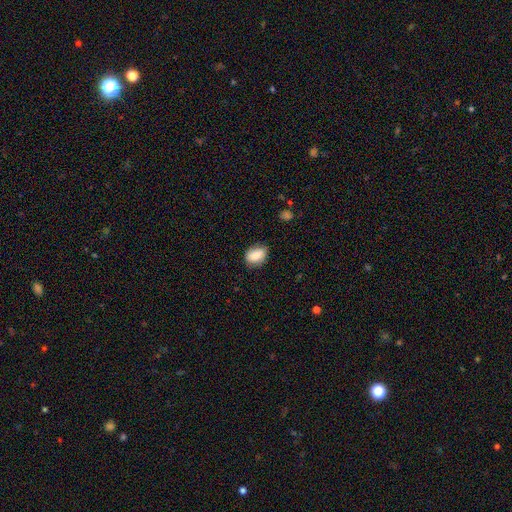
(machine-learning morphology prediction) Overall: smooth (82%). How rounded: in between (78%). Merging: none (77%).